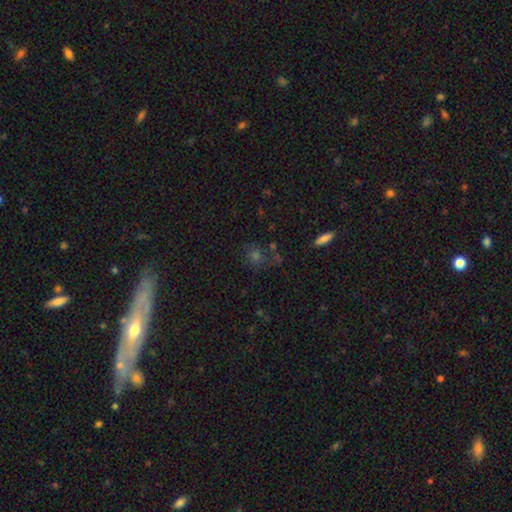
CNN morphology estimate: type=smooth (51%); roundness=round (79%); merging=none (73%).